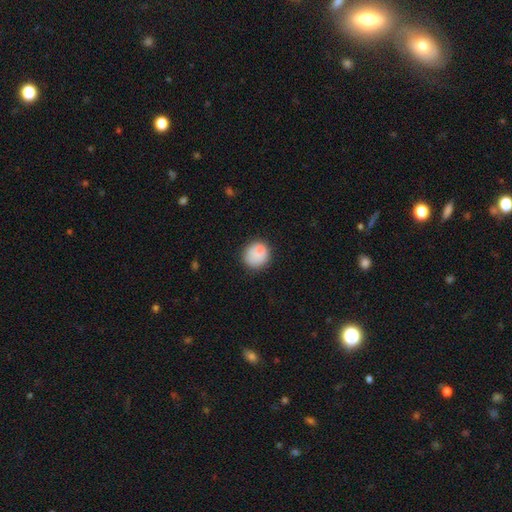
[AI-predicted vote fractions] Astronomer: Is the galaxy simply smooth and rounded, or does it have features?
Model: smooth — 78%.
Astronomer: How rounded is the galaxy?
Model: round — 83%.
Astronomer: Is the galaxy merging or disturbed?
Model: none — 66%.